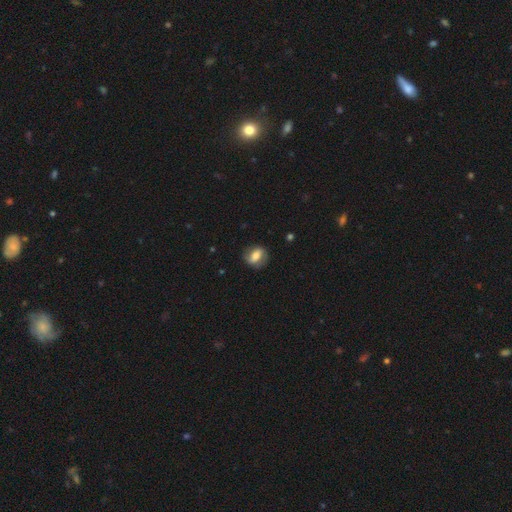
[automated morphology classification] smooth-or-featured: smooth: 51% | featured or disk: 41% | star or artifact: 8%
  how-rounded: in between: 60% | round: 37% | cigar-shaped: 3%
  merging: none: 76% | minor disturbance: 16% | major disturbance: 6% | merger: 1%